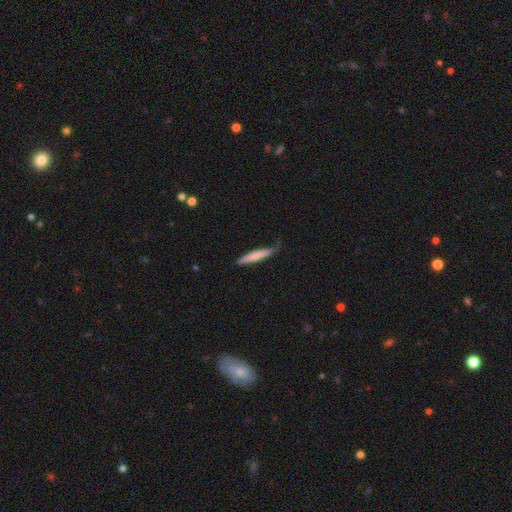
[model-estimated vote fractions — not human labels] This appears to be a smooth galaxy with no disk features (72%) that is cigar-shaped (93%). Merging: none (65%).